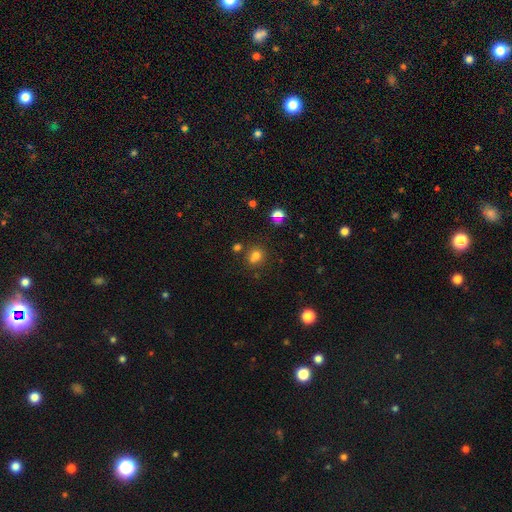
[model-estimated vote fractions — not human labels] Smooth or featured: smooth — 70% (star or artifact — 20%)
How rounded: round — 78% (in between — 21%)
Merging: none — 61% (merger — 23%)